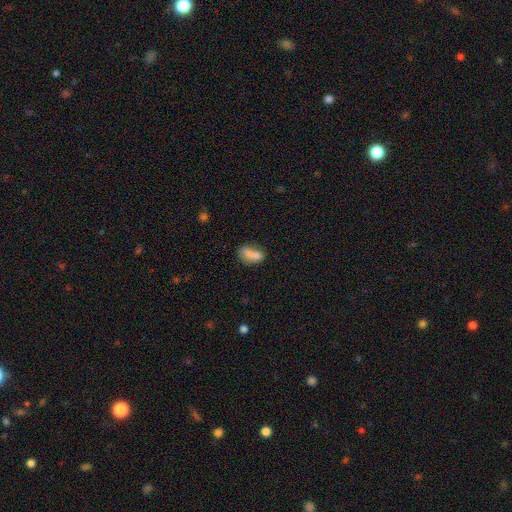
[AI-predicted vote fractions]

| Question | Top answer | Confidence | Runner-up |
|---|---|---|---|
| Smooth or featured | smooth | 72% | featured or disk (18%) |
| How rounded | in between | 77% | round (14%) |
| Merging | merger | 46% | none (33%) |